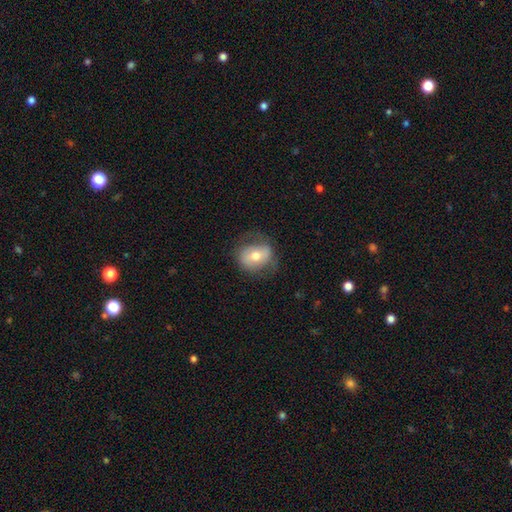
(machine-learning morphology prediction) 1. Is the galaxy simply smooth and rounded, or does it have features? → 56% smooth, 35% featured or disk, 9% star or artifact.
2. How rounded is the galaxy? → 52% round, 47% in between, 1% cigar-shaped.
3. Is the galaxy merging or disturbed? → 68% none, 20% minor disturbance, 10% major disturbance, 1% merger.